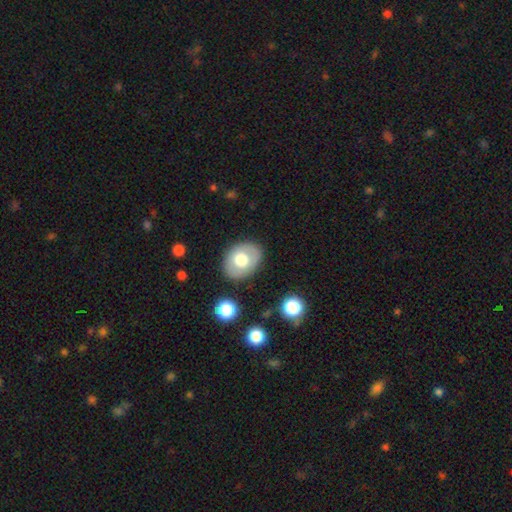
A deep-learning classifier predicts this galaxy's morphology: Smooth or featured? Predicted: smooth (p=0.54). How rounded? Predicted: round (p=0.61). Merging? Predicted: none (p=0.86).